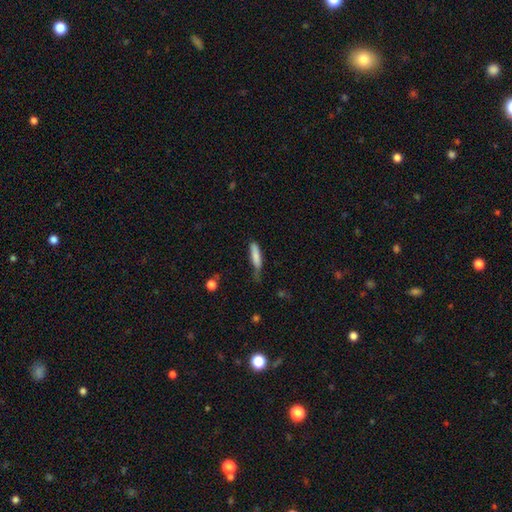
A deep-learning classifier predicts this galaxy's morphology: This appears to be a smooth galaxy with no disk features (80%) that is cigar-shaped (79%). Merging: none (47%).